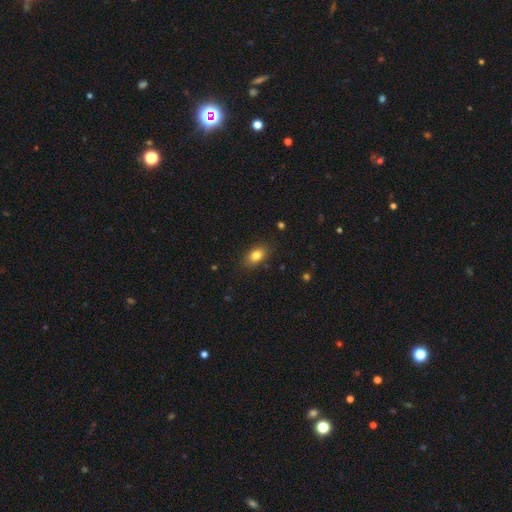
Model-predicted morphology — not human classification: A smooth galaxy with no disk features (81%) that is in between round and cigar-shaped (84%).

Vote fractions:
- Smooth or featured? smooth: 81% / featured or disk: 10% / star or artifact: 9%
- How rounded? in between: 84% / round: 12% / cigar-shaped: 4%
- Merging? none: 85% / minor disturbance: 11% / major disturbance: 3% / merger: 1%